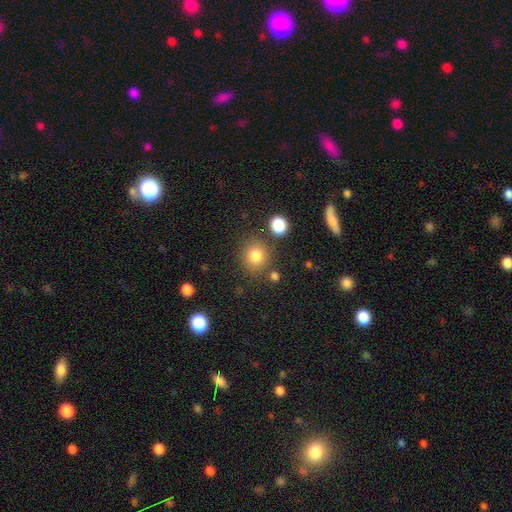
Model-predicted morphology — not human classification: smooth_or_featured: smooth (p=0.81) [alt: star or artifact p=0.13]
how_rounded: round (p=0.87) [alt: in between p=0.12]
merging: none (p=0.81) [alt: minor disturbance p=0.09]